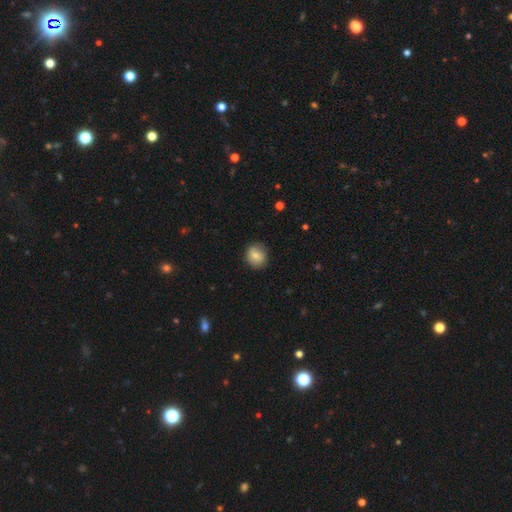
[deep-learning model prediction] Smooth or featured? Predicted: smooth (p=0.77). How rounded? Predicted: round (p=0.84). Merging? Predicted: none (p=0.83).